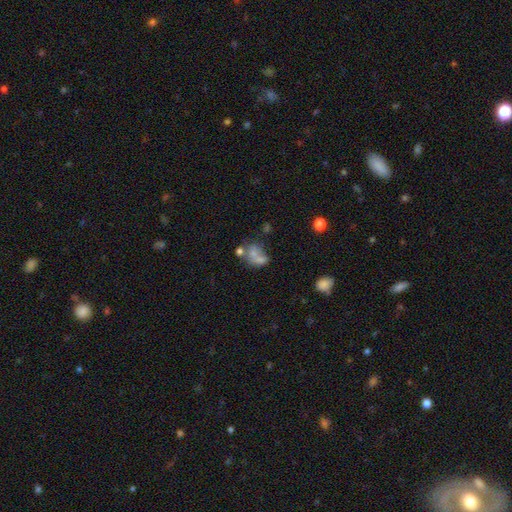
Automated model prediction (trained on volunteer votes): Smooth or featured?
  - smooth: 60% *
  - featured or disk: 26%
  - star or artifact: 14%
How rounded?
  - in between: 65% *
  - round: 33%
  - cigar-shaped: 2%
Merging?
  - merger: 48% *
  - none: 23%
  - major disturbance: 15%
  - minor disturbance: 13%